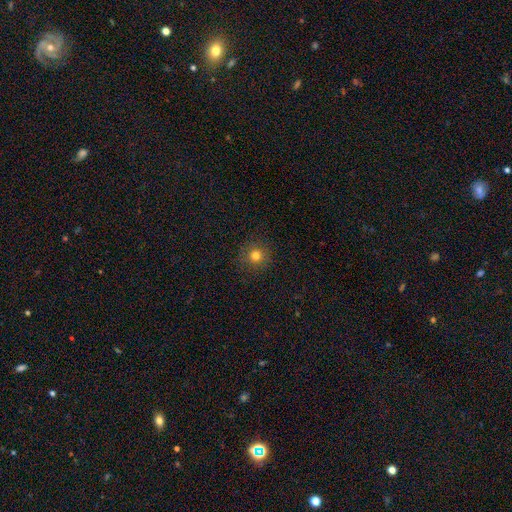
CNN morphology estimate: Smooth or featured?
  - smooth: 77% *
  - star or artifact: 15%
  - featured or disk: 7%
How rounded?
  - round: 95% *
  - in between: 5%
  - cigar-shaped: 1%
Merging?
  - none: 90% *
  - minor disturbance: 6%
  - major disturbance: 2%
  - merger: 1%